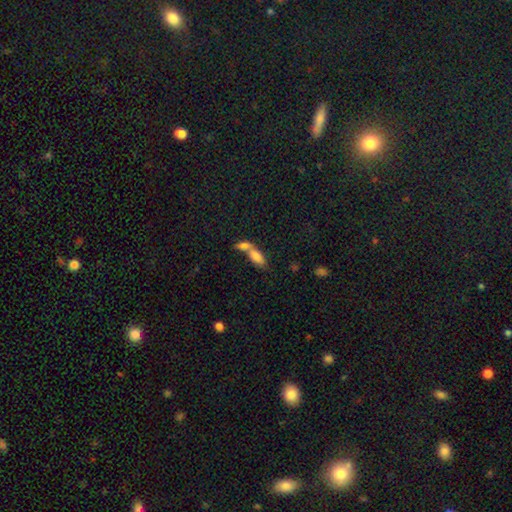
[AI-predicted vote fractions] Q: Smooth or featured?
A: smooth (78%); runner-up: featured or disk (14%)
Q: How rounded?
A: in between (81%); runner-up: cigar-shaped (16%)
Q: Merging?
A: merger (68%); runner-up: none (21%)